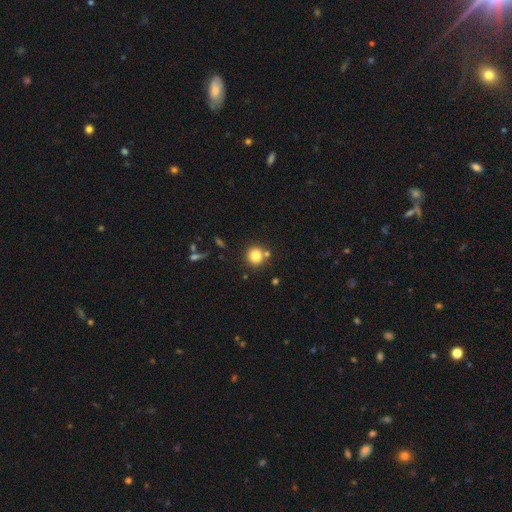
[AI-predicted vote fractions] Smooth or featured? Predicted: smooth (p=0.83). How rounded? Predicted: round (p=0.92). Merging? Predicted: none (p=0.75).